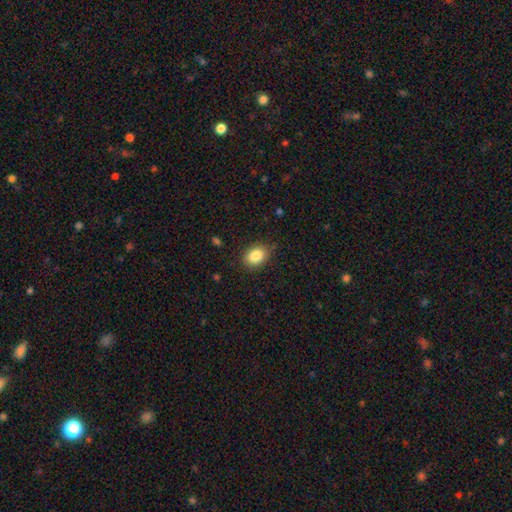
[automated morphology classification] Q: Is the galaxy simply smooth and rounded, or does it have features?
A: smooth — 86%.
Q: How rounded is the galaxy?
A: in between — 72%.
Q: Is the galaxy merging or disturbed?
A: none — 84%.